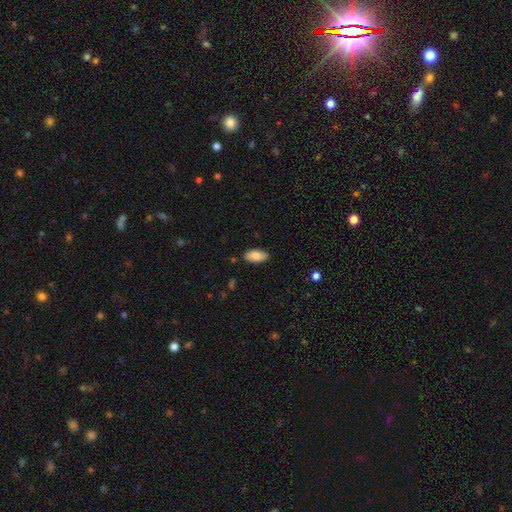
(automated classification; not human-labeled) smooth 82%, featured or disk 11%, star or artifact 7%. Down the decision tree: how rounded — in between (91%); merging — none (85%).